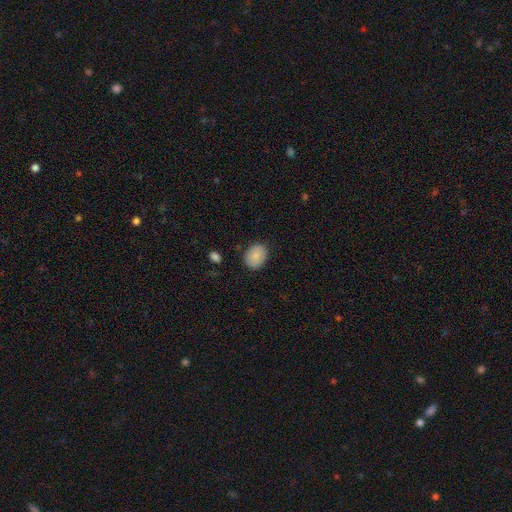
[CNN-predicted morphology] type=smooth (87%); roundness=in between (63%); merging=none (84%).